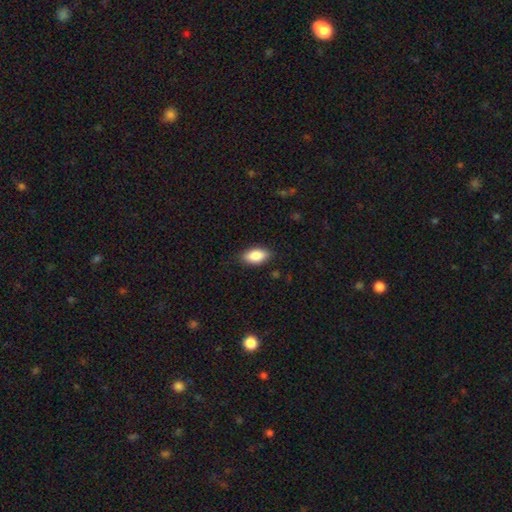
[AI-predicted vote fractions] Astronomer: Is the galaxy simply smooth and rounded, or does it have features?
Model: smooth — 86%.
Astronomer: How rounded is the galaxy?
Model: in between — 91%.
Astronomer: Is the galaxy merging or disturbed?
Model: none — 85%.